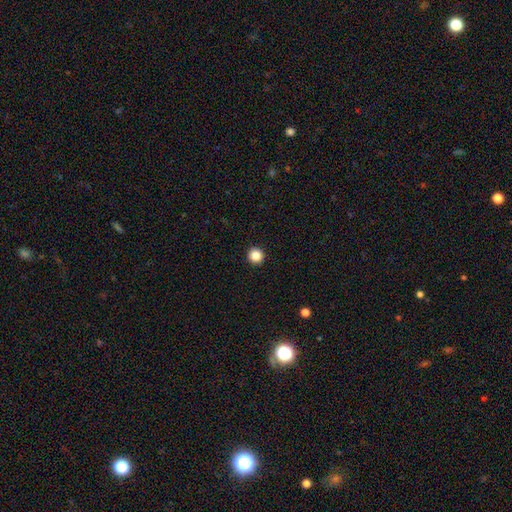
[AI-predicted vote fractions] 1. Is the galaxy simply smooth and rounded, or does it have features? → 86% smooth, 11% star or artifact, 4% featured or disk.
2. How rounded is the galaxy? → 95% round, 4% in between, 1% cigar-shaped.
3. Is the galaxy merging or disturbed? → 94% none, 4% minor disturbance, 1% major disturbance, 1% merger.